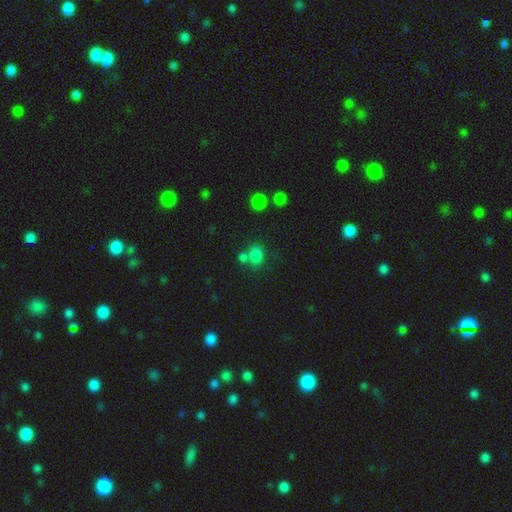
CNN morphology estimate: This appears to be a smooth galaxy with no disk features (79%) that is round (54%). Merging: none (54%).